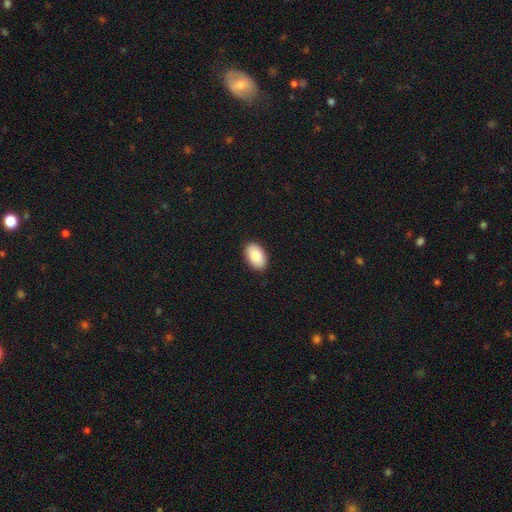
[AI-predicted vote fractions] A smooth galaxy with no disk features (88%) that is in between round and cigar-shaped (93%).

Vote fractions:
- Smooth or featured? smooth: 88% / star or artifact: 6% / featured or disk: 6%
- How rounded? in between: 93% / round: 6% / cigar-shaped: 1%
- Merging? none: 90% / minor disturbance: 7% / major disturbance: 2% / merger: 1%